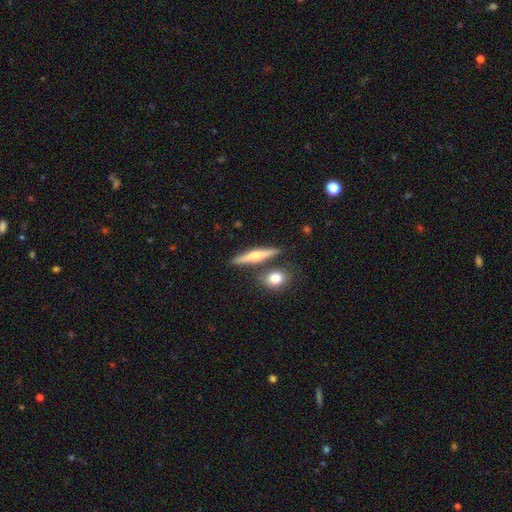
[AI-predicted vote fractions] Q: Smooth or featured?
A: featured or disk (54%); runner-up: smooth (39%)
Q: Edge-on disk?
A: yes (95%); runner-up: no (5%)
Q: Edge-on bulge?
A: rounded (88%); runner-up: none (7%)
Q: Merging?
A: none (78%); runner-up: merger (10%)